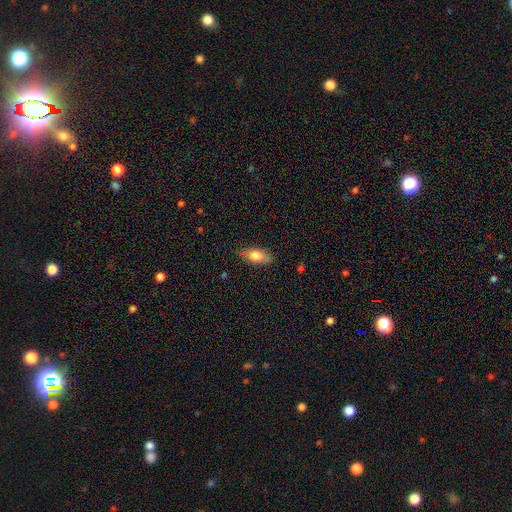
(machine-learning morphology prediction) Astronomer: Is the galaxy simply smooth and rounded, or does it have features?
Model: smooth — 77%.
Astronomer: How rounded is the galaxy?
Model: in between — 85%.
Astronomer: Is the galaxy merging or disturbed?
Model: none — 74%.